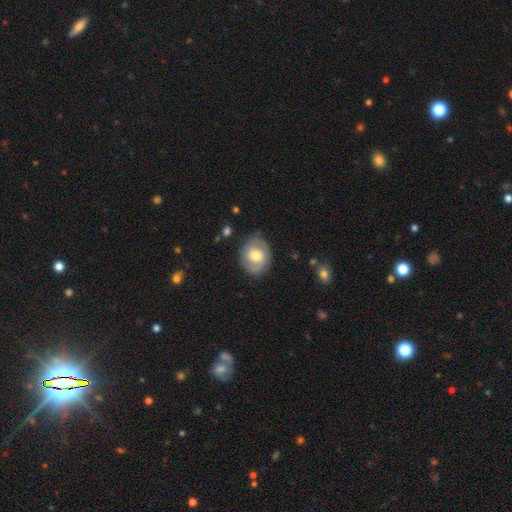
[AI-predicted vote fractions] Q: Smooth or featured?
A: featured or disk (48%); runner-up: smooth (45%)
Q: Merging?
A: none (78%); runner-up: minor disturbance (16%)